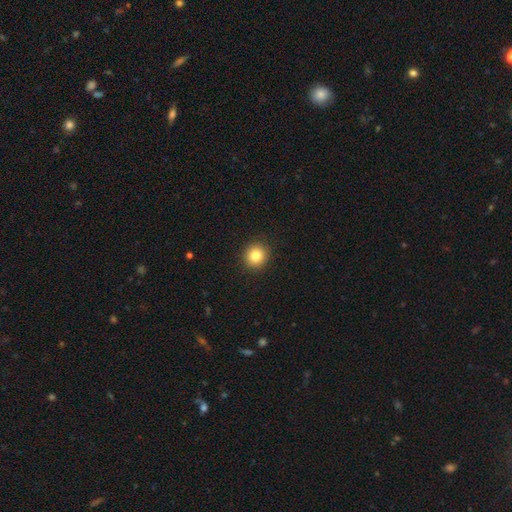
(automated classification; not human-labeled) Smooth or featured? smooth (84%)
How rounded? round (91%)
Merging? none (92%)